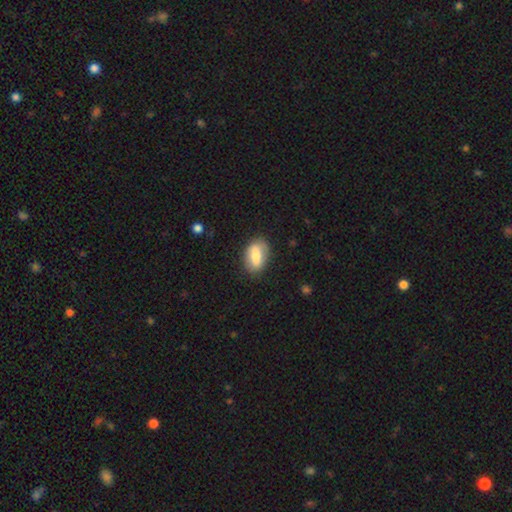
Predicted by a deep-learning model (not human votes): smooth 67%, featured or disk 27%, star or artifact 7%. Down the decision tree: how rounded — in between (88%); merging — none (82%).